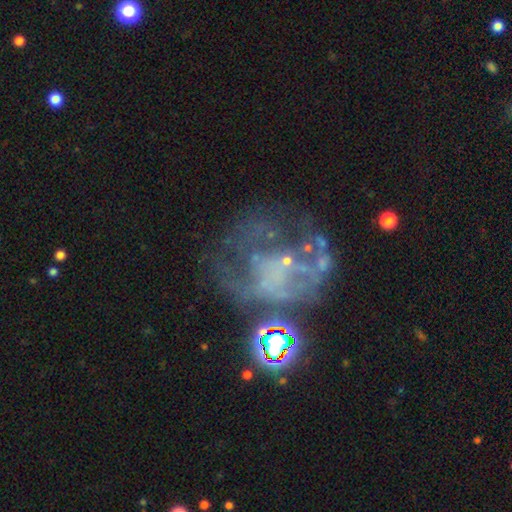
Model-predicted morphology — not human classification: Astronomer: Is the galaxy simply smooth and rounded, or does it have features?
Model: featured or disk — 57%.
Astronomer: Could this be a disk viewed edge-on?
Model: no — 98%.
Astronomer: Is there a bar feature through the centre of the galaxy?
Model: no — 85%.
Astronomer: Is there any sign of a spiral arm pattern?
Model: no — 68%.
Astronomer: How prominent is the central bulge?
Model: none — 62%.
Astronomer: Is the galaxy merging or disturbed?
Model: none — 44% (runner-up: major disturbance, 31%).